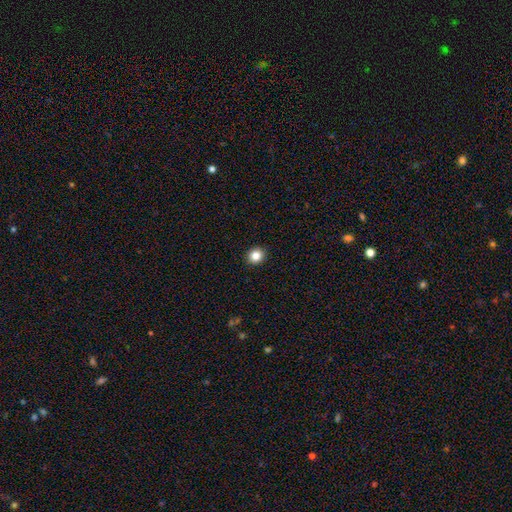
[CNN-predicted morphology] Smooth or featured?
  - smooth: 84% *
  - star or artifact: 11%
  - featured or disk: 5%
How rounded?
  - round: 86% *
  - in between: 13%
  - cigar-shaped: 1%
Merging?
  - none: 93% *
  - minor disturbance: 5%
  - major disturbance: 1%
  - merger: 1%